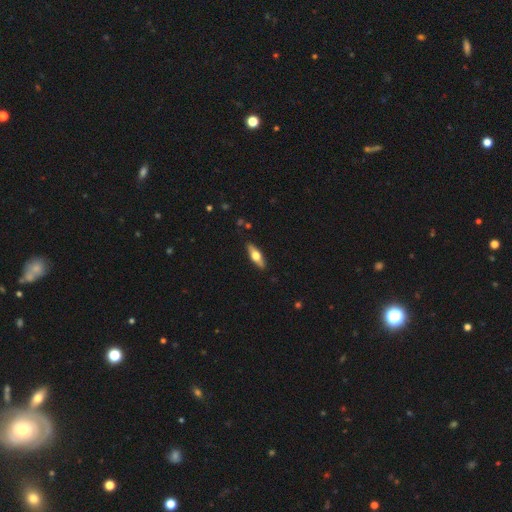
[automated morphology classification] Smooth or featured?
  - featured or disk: 49% *
  - smooth: 46%
  - star or artifact: 6%
Merging?
  - none: 88% *
  - minor disturbance: 9%
  - major disturbance: 2%
  - merger: 1%